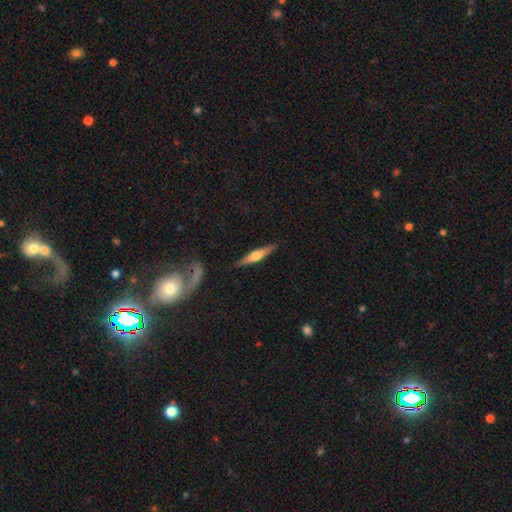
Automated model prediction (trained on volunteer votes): Smooth or featured? Predicted: featured or disk (p=0.61). Edge-on disk? Predicted: yes (p=0.96). Edge-on bulge? Predicted: rounded (p=0.88). Merging? Predicted: none (p=0.88).